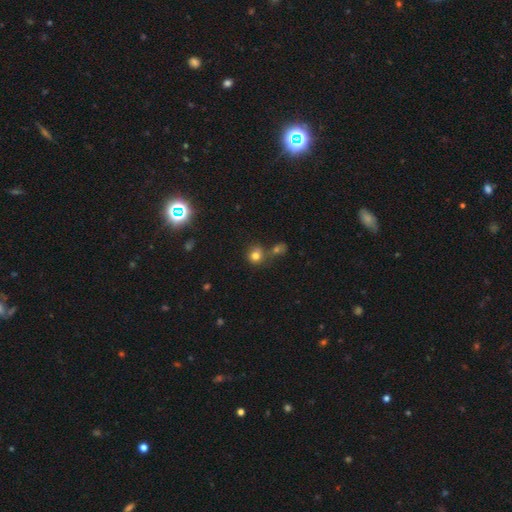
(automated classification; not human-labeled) This appears to be a smooth galaxy with no disk features (77%) that is round (83%). Merging: none (54%).